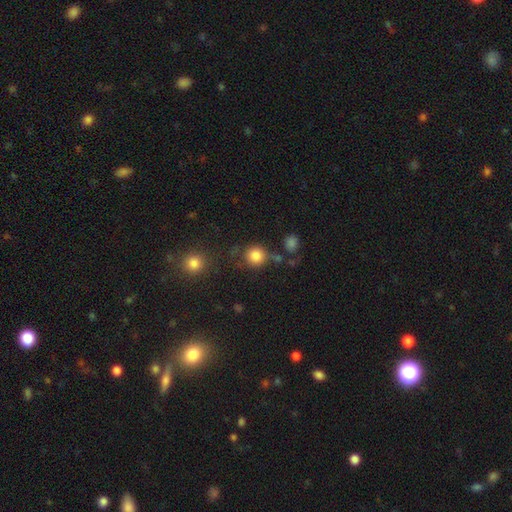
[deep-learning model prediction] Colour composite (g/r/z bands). It shows a smooth galaxy with no disk features (84%) that is round (92%). Merging: none (73%).